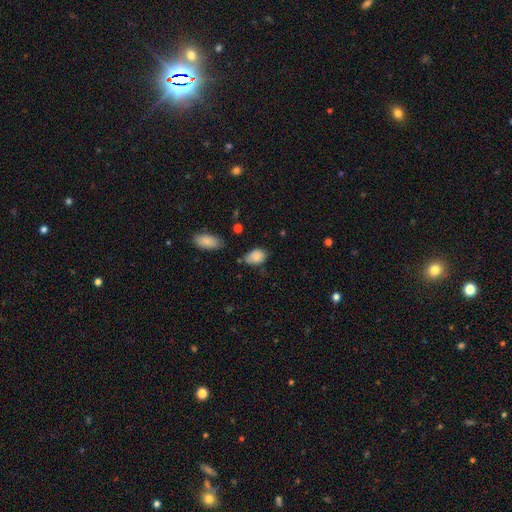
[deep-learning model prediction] Smooth or featured: smooth — 84% (star or artifact — 8%)
How rounded: in between — 80% (round — 19%)
Merging: none — 58% (minor disturbance — 32%)